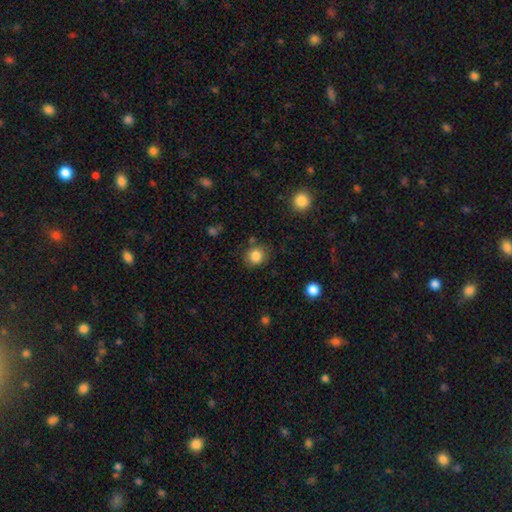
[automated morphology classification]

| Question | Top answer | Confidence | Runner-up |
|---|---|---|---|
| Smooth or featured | smooth | 84% | star or artifact (10%) |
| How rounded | round | 81% | in between (18%) |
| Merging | none | 79% | minor disturbance (14%) |